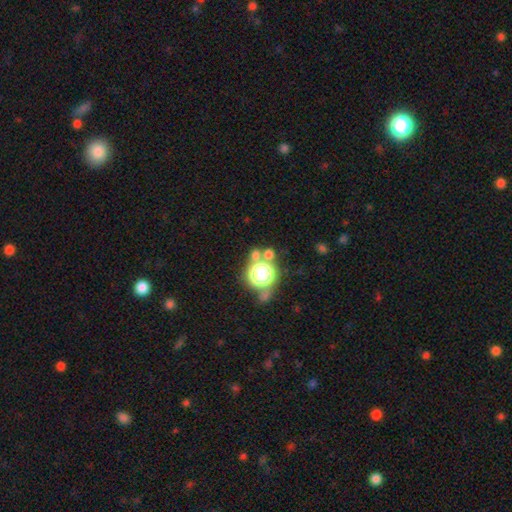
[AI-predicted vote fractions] smooth-or-featured: star or artifact: 55% | smooth: 35% | featured or disk: 10%